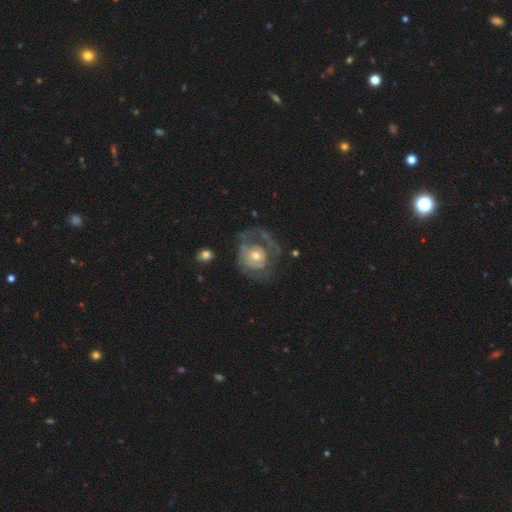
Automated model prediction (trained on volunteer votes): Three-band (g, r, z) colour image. It shows a featured or disk galaxy (65%) with no bar (82%), spiral arms (55%) and a moderate central bulge (58%). Merging: none (40%).